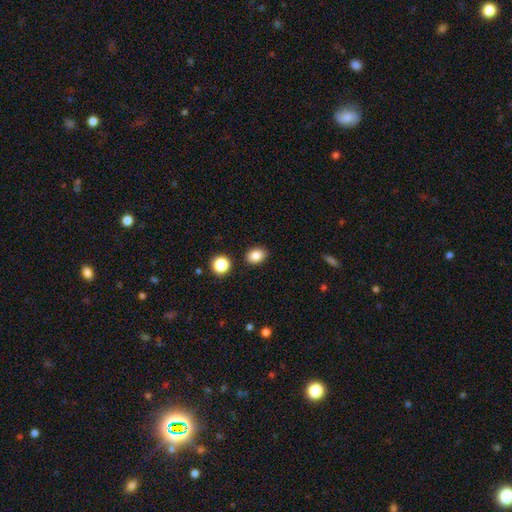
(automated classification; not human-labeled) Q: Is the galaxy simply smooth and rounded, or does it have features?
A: smooth — 85%.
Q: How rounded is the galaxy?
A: in between — 66%.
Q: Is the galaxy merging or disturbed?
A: none — 87%.